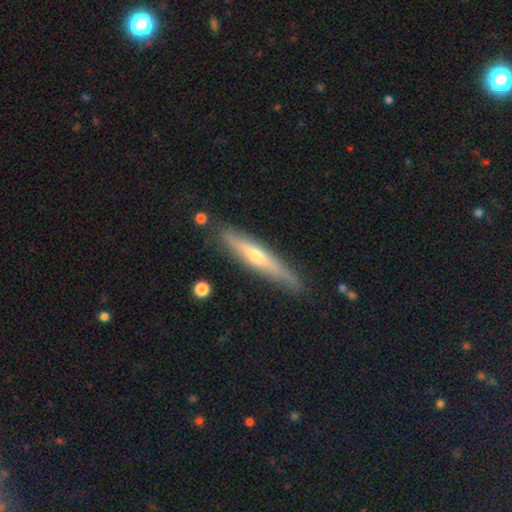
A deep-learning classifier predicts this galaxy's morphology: Smooth or featured?
  - featured or disk: 65% *
  - smooth: 28%
  - star or artifact: 6%
Edge-on disk?
  - yes: 91% *
  - no: 9%
Edge-on bulge?
  - rounded: 82% *
  - none: 15%
  - boxy: 3%
Merging?
  - none: 81% *
  - minor disturbance: 14%
  - merger: 2%
  - major disturbance: 2%